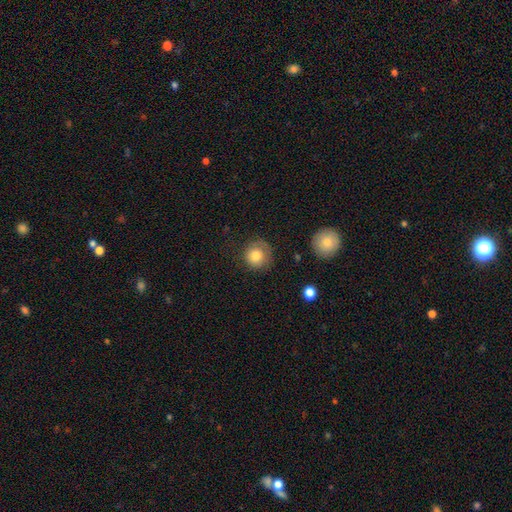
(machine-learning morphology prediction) Smooth or featured: smooth — 79% (featured or disk — 13%)
How rounded: round — 90% (in between — 9%)
Merging: none — 69% (minor disturbance — 19%)